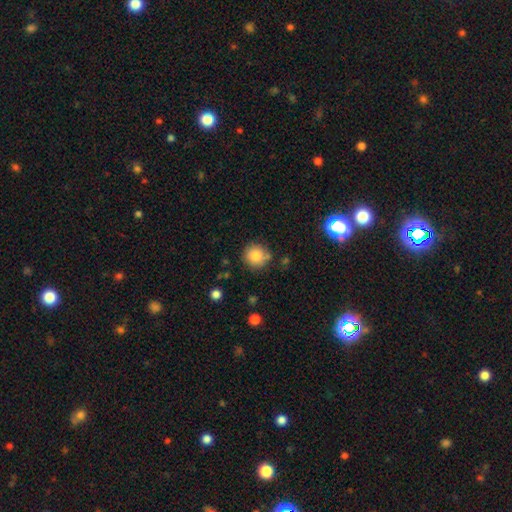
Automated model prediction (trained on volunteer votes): smooth_or_featured: smooth (p=0.84) [alt: star or artifact p=0.09]
how_rounded: round (p=0.92) [alt: in between p=0.07]
merging: none (p=0.82) [alt: minor disturbance p=0.11]